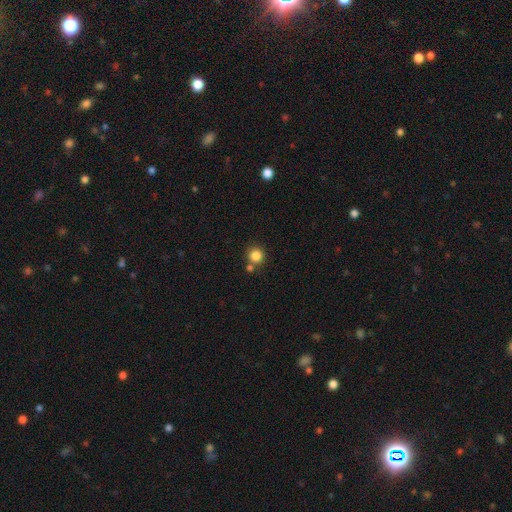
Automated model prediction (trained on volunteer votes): This appears to be a smooth galaxy with no disk features (84%) that is round (92%). Merging: none (70%).